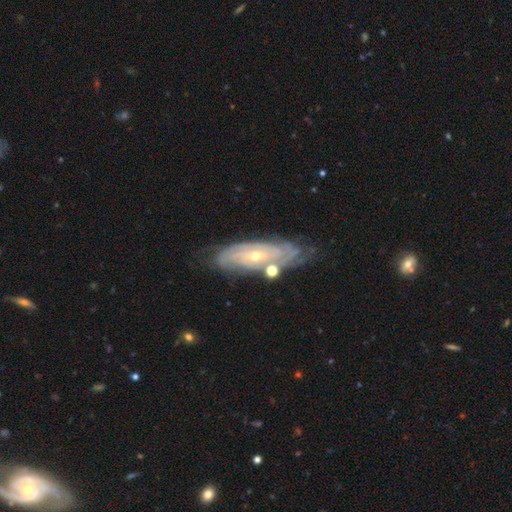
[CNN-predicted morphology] The model was most divided on "spiral arm count": can't tell: 46%, 2: 17%, 3: 14%, 4: 12%, more than 4: 6%, 1: 4%. More confident: spiral arms — yes (93%); edge-on disk — no (88%); smooth or featured — featured or disk (84%); spiral winding — tight (78%); merging — none (70%); bar — no (70%); bulge size — small (68%).